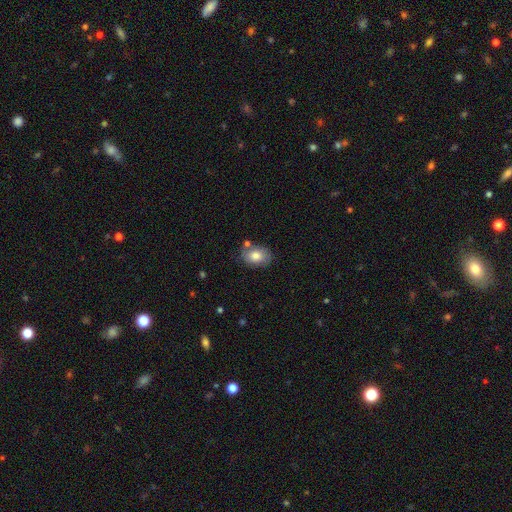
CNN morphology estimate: Q: Smooth or featured?
A: smooth (78%); runner-up: featured or disk (14%)
Q: How rounded?
A: in between (77%); runner-up: round (22%)
Q: Merging?
A: none (70%); runner-up: minor disturbance (18%)